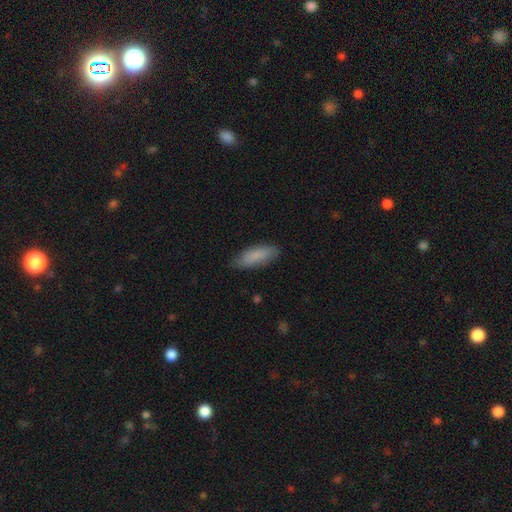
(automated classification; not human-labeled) Smooth or featured: smooth — 85% (featured or disk — 9%)
How rounded: in between — 61% (cigar-shaped — 37%)
Merging: none — 83% (minor disturbance — 13%)